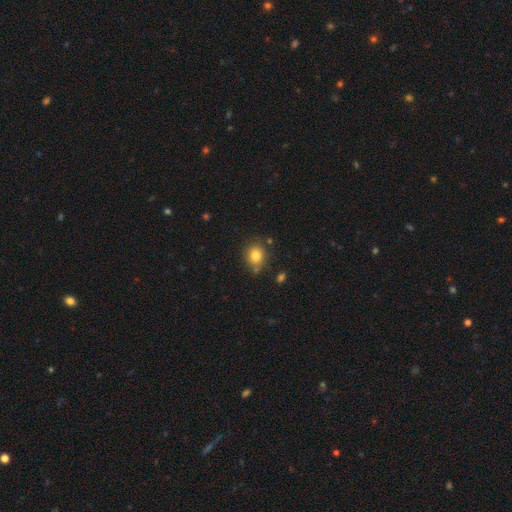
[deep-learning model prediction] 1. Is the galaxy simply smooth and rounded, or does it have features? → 81% smooth, 12% star or artifact, 8% featured or disk.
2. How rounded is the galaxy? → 78% round, 21% in between, 1% cigar-shaped.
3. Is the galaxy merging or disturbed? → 75% none, 15% minor disturbance, 7% merger, 4% major disturbance.